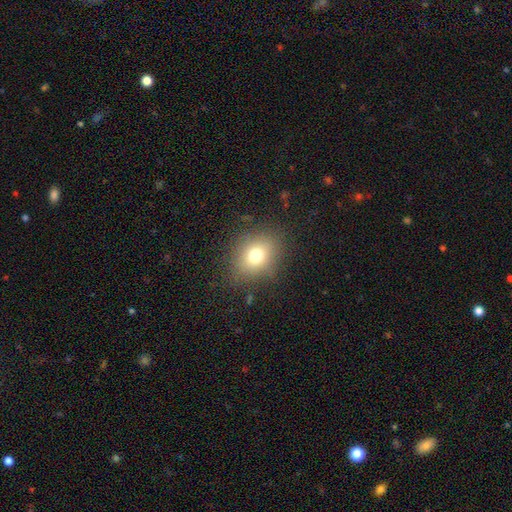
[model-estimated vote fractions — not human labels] The model was most divided on "how rounded": round: 52%, in between: 47%, cigar-shaped: 1%. More confident: merging — none (83%); smooth or featured — smooth (74%).